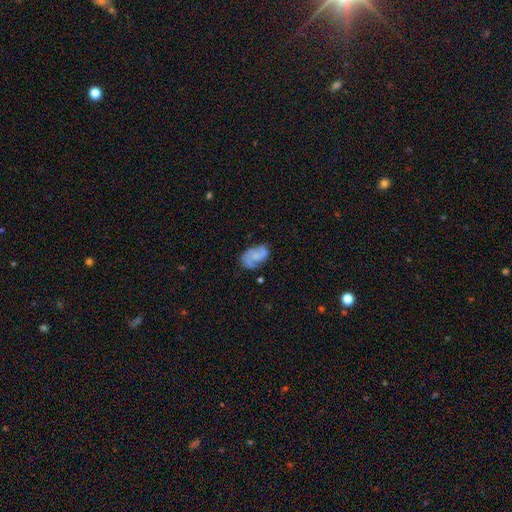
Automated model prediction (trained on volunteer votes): Smooth or featured? Predicted: featured or disk (p=0.61). Edge-on disk? Predicted: no (p=0.97). Bar? Predicted: no (p=0.70). Spiral arms? Predicted: yes (p=0.84). Bulge size? Predicted: small (p=0.39). Merging? Predicted: none (p=0.61).